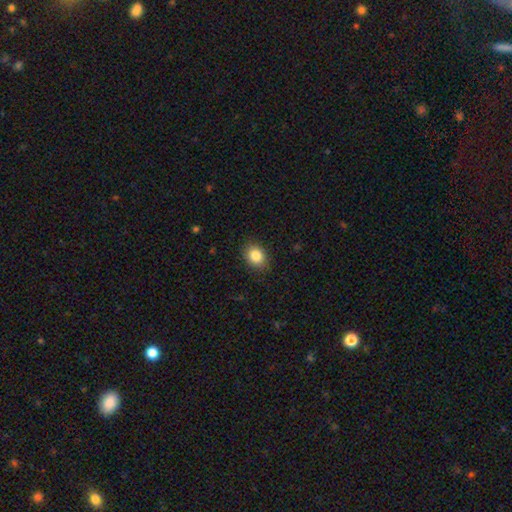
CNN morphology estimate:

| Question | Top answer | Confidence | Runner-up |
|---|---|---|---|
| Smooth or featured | smooth | 85% | star or artifact (9%) |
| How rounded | in between | 60% | round (39%) |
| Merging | none | 87% | minor disturbance (10%) |